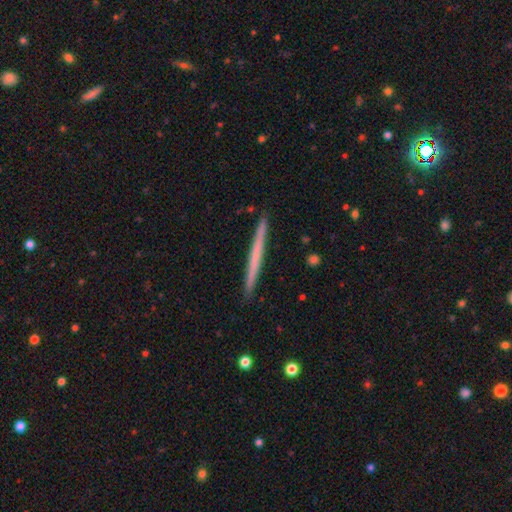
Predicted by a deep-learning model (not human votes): Smooth or featured? Predicted: smooth (p=0.50). Merging? Predicted: none (p=0.93).